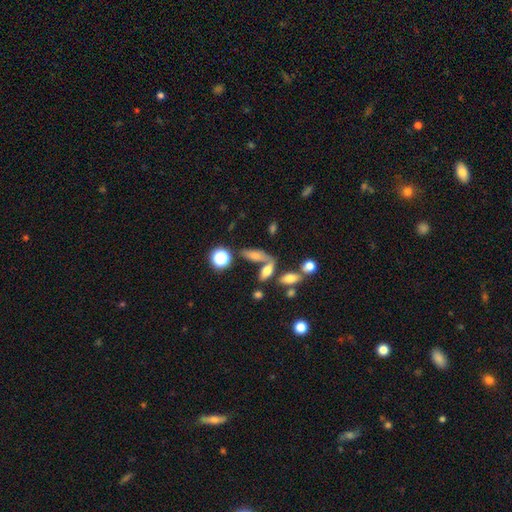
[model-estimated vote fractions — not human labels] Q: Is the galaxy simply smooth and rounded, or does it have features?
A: smooth — 63%.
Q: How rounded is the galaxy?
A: in between — 63%.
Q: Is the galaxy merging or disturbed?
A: none — 41%.